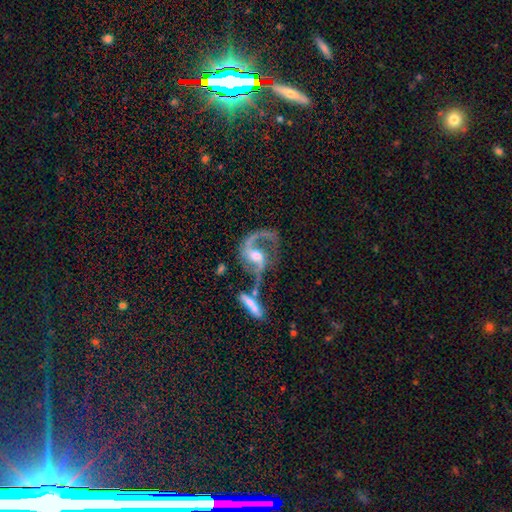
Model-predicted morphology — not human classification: Q: Smooth or featured?
A: featured or disk (86%); runner-up: smooth (7%)
Q: Edge-on disk?
A: no (96%); runner-up: yes (4%)
Q: Bar?
A: weak (46%); runner-up: no (29%)
Q: Spiral arms?
A: yes (94%); runner-up: no (6%)
Q: Spiral winding?
A: loose (54%); runner-up: medium (39%)
Q: Spiral arm count?
A: 2 (74%); runner-up: 1 (20%)
Q: Bulge size?
A: moderate (58%); runner-up: small (25%)
Q: Merging?
A: none (40%); runner-up: major disturbance (24%)